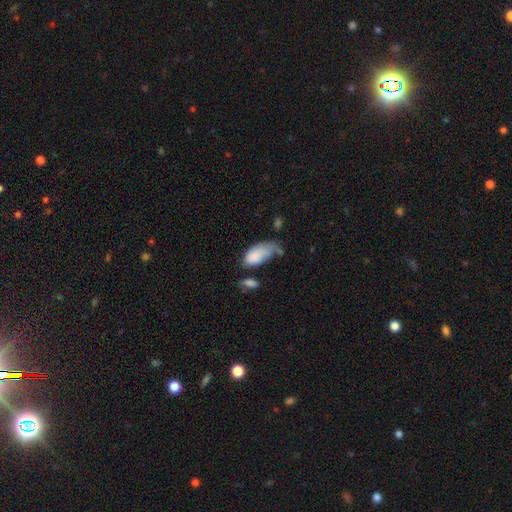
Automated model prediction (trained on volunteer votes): Smooth or featured? smooth (81%)
How rounded? in between (93%)
Merging? minor disturbance (34%)